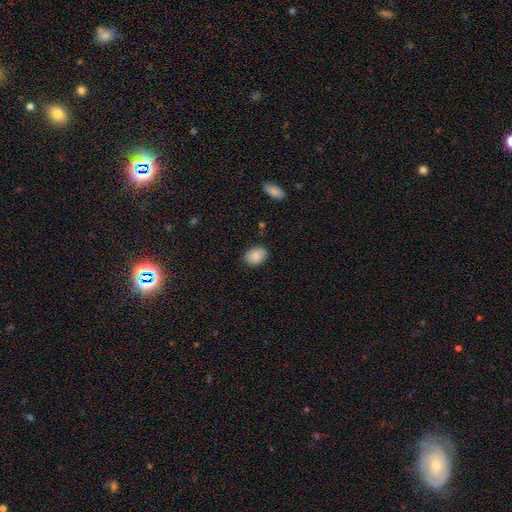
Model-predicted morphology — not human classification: A smooth galaxy with no disk features (84%) that is in between round and cigar-shaped (75%).

Vote fractions:
- Smooth or featured? smooth: 84% / featured or disk: 9% / star or artifact: 7%
- How rounded? in between: 75% / round: 24% / cigar-shaped: 1%
- Merging? none: 83% / minor disturbance: 13% / major disturbance: 2% / merger: 1%